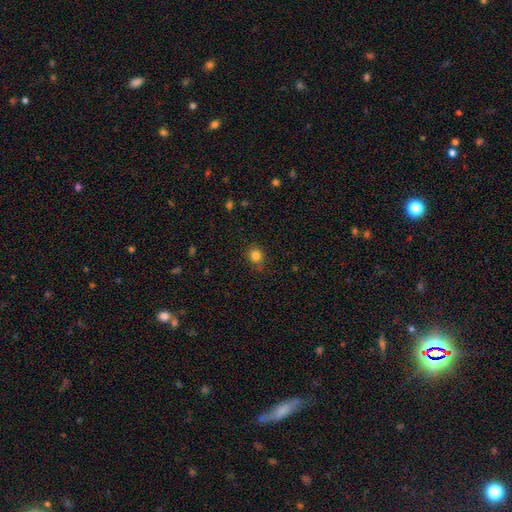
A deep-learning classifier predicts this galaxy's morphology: Overall: smooth (83%). How rounded: round (79%). Merging: none (81%).